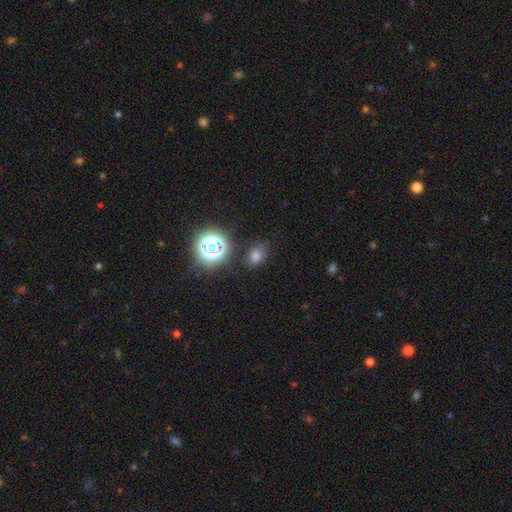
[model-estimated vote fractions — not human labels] smooth_or_featured: smooth (p=0.66) [alt: star or artifact p=0.27]
how_rounded: in between (p=0.62) [alt: round p=0.37]
merging: none (p=0.79) [alt: minor disturbance p=0.13]